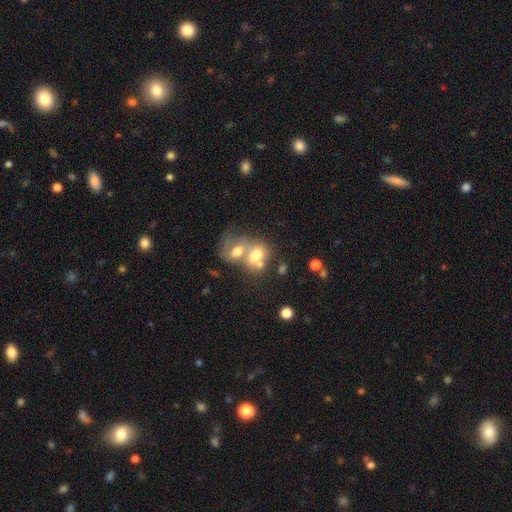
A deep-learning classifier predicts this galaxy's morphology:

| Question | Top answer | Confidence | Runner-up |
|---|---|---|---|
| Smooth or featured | smooth | 63% | featured or disk (27%) |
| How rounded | in between | 62% | round (37%) |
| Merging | merger | 71% | none (16%) |